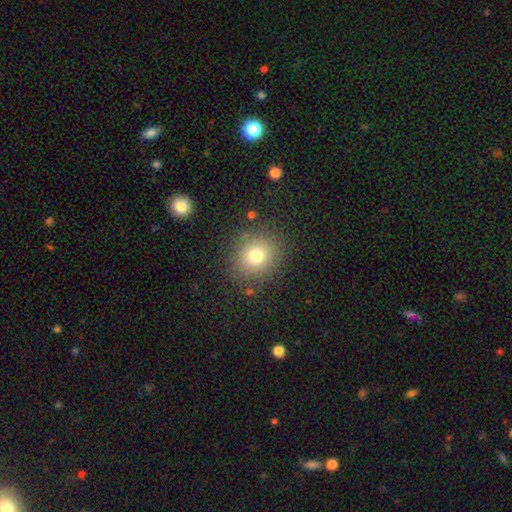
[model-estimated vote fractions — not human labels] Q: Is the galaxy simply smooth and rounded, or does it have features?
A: smooth — 75%.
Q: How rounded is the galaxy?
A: round — 83%.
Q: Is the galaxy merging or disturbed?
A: none — 85%.